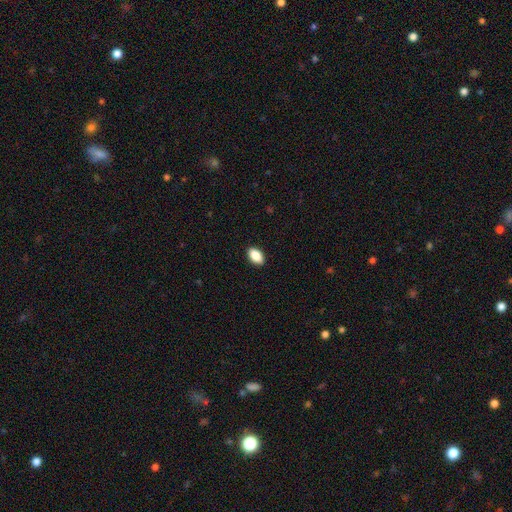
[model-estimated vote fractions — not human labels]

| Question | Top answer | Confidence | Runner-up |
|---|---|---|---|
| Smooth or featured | smooth | 89% | star or artifact (7%) |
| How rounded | in between | 93% | round (5%) |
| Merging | none | 90% | minor disturbance (7%) |